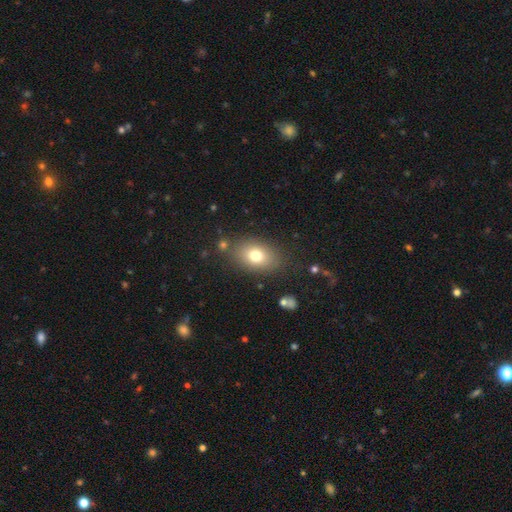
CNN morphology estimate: smooth-or-featured: smooth: 77% | featured or disk: 13% | star or artifact: 11%
  how-rounded: in between: 80% | round: 19% | cigar-shaped: 2%
  merging: none: 81% | minor disturbance: 11% | major disturbance: 4% | merger: 3%